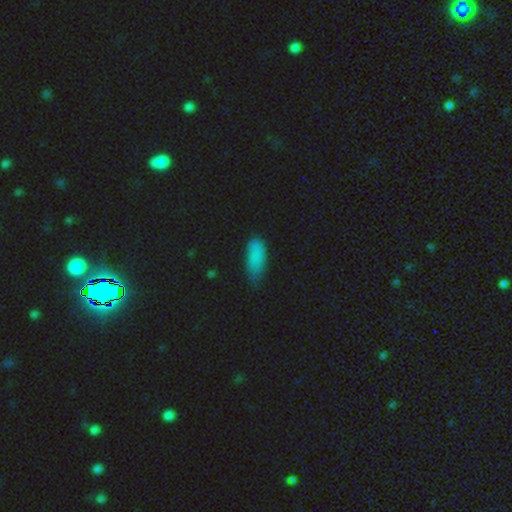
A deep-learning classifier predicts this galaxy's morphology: This is clearly a smooth galaxy (84%). How rounded: likely in between (76%). Merging: possibly none (49%).